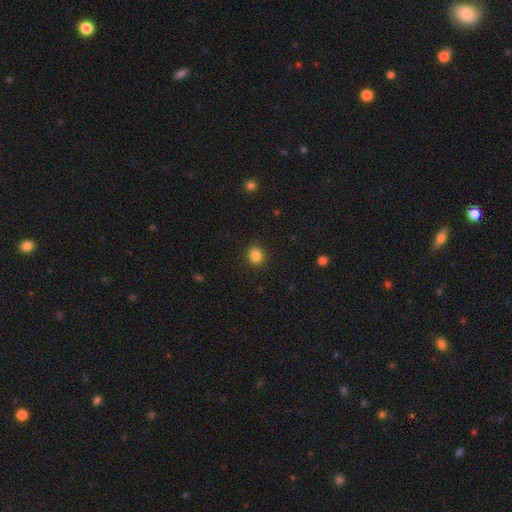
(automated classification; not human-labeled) Q: Smooth or featured?
A: smooth (84%); runner-up: star or artifact (11%)
Q: How rounded?
A: round (86%); runner-up: in between (13%)
Q: Merging?
A: none (92%); runner-up: minor disturbance (5%)